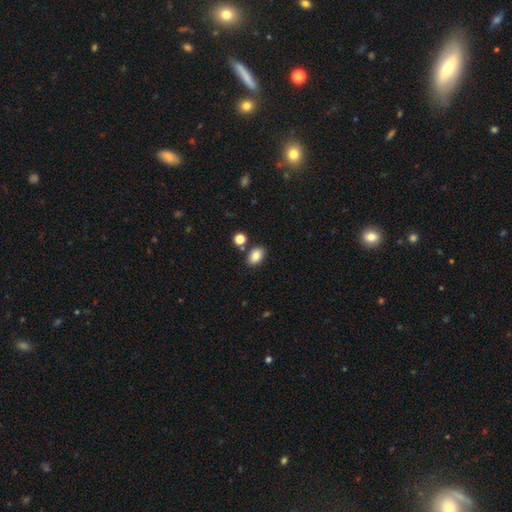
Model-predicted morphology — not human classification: Smooth or featured? smooth (85%)
How rounded? in between (83%)
Merging? none (79%)